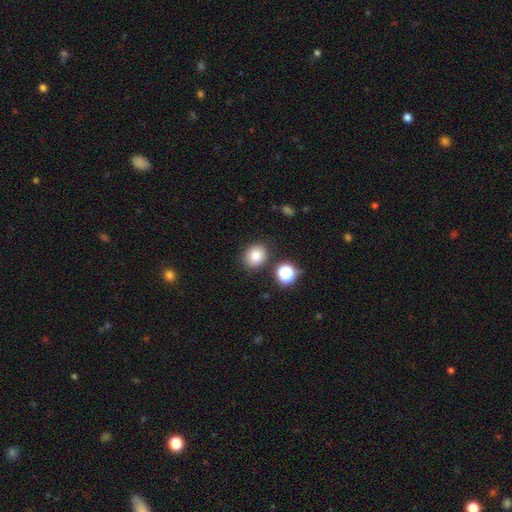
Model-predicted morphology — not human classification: smooth_or_featured: smooth (p=0.81) [alt: star or artifact p=0.12]
how_rounded: round (p=0.65) [alt: in between p=0.34]
merging: none (p=0.83) [alt: minor disturbance p=0.09]